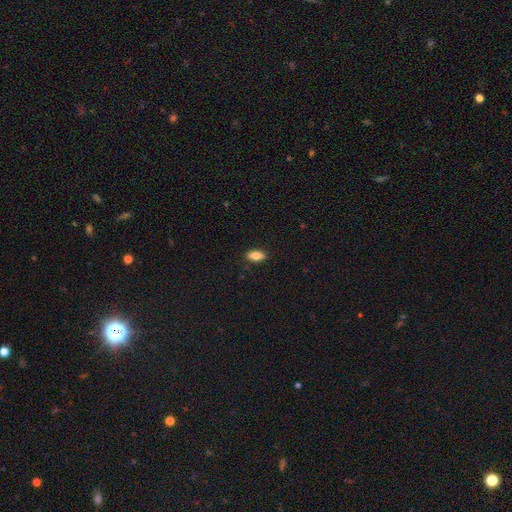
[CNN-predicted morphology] Smooth or featured: smooth — 84% (featured or disk — 8%)
How rounded: in between — 88% (cigar-shaped — 8%)
Merging: none — 86% (minor disturbance — 11%)